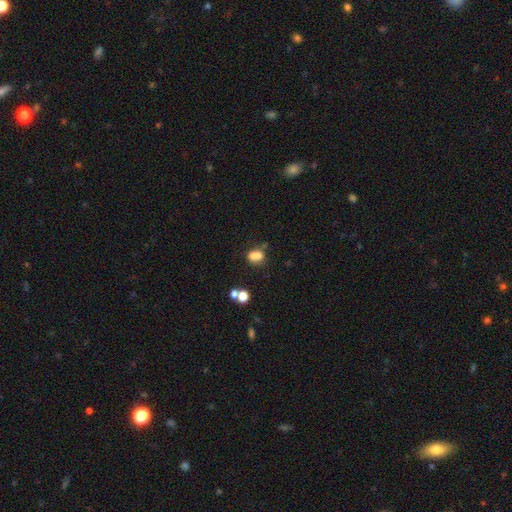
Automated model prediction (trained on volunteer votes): smooth-or-featured: smooth: 75% | star or artifact: 14% | featured or disk: 11%
  how-rounded: in between: 58% | round: 41% | cigar-shaped: 2%
  merging: none: 44% | merger: 32% | minor disturbance: 16% | major disturbance: 7%